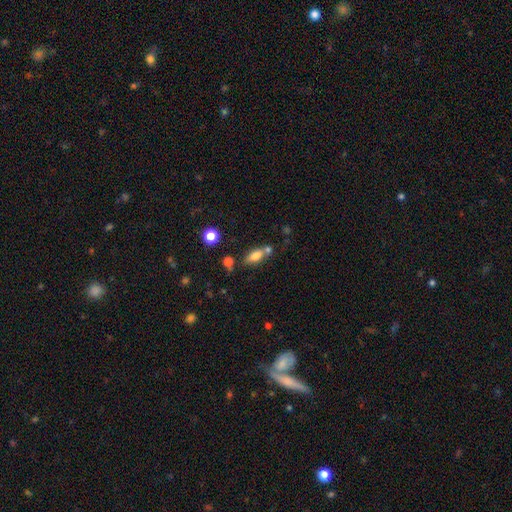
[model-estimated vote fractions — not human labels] A smooth galaxy with no disk features (71%) that is in between round and cigar-shaped (75%).

Vote fractions:
- Smooth or featured? smooth: 71% / featured or disk: 19% / star or artifact: 10%
- How rounded? in between: 75% / cigar-shaped: 19% / round: 6%
- Merging? none: 55% / merger: 26% / minor disturbance: 14% / major disturbance: 5%